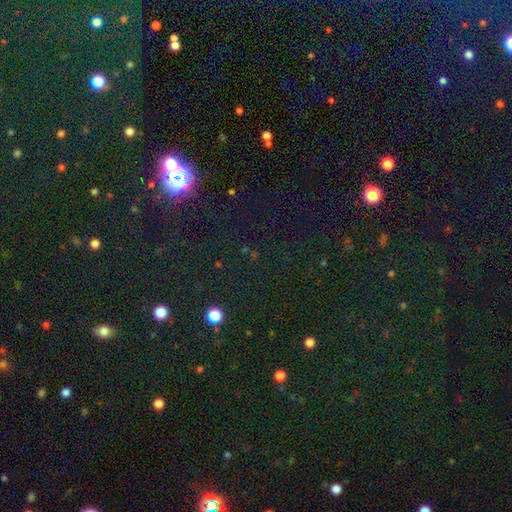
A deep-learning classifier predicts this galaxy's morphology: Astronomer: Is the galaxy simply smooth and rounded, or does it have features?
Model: star or artifact — 76%.